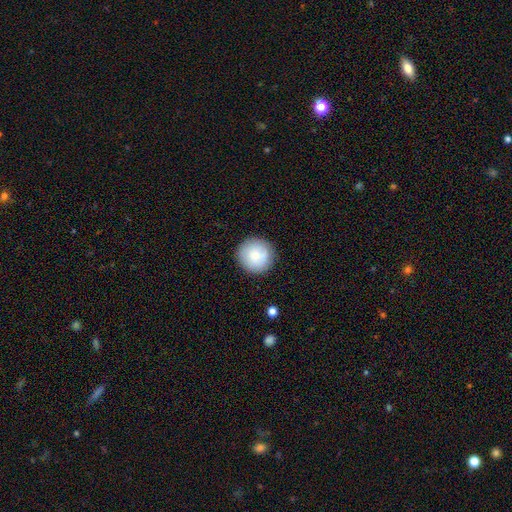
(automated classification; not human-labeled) smooth 75%, featured or disk 17%, star or artifact 8%. Down the decision tree: how rounded — round (96%); merging — none (88%).